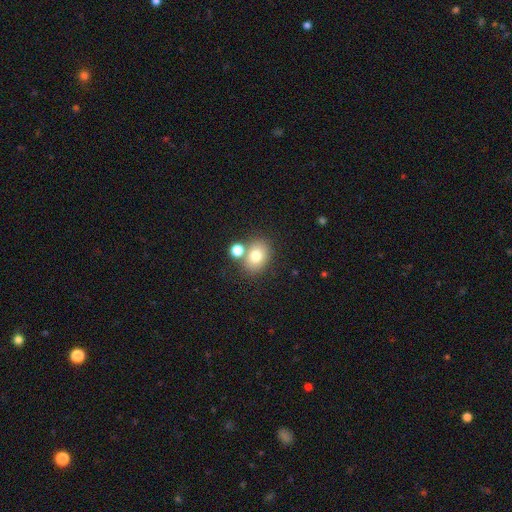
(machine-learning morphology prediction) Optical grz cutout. It shows a smooth galaxy with no disk features (76%) that is in between round and cigar-shaped (50%). Merging: none (61%).